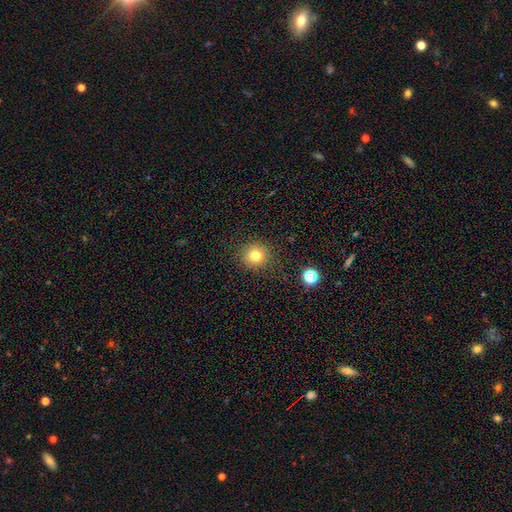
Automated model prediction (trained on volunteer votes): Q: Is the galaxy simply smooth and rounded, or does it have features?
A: smooth — 77%.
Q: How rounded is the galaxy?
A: round — 92%.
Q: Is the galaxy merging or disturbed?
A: none — 89%.